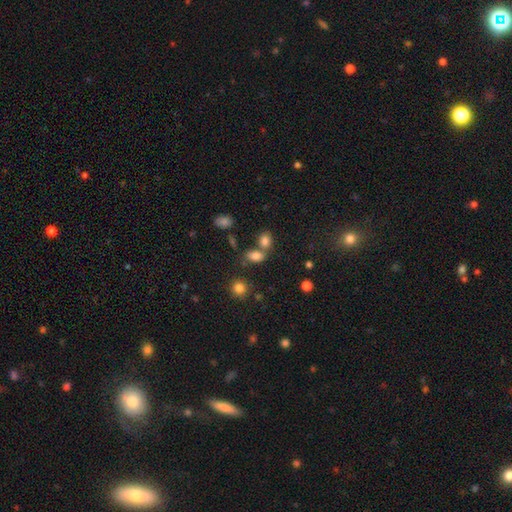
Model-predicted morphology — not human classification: type=smooth (80%); roundness=in between (80%); merging=none (48%).